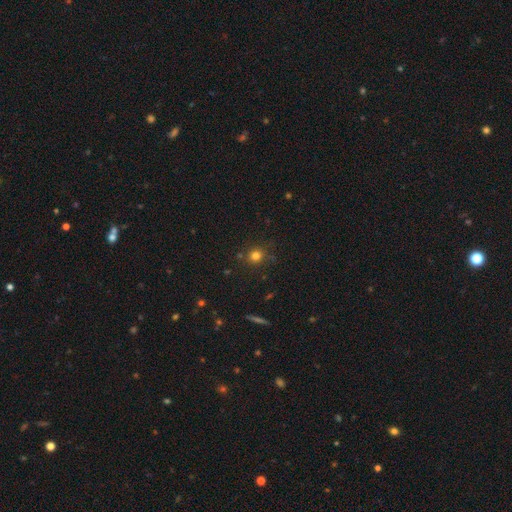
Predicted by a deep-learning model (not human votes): A smooth galaxy with no disk features (78%) that is round (88%). Merging: none (82%).